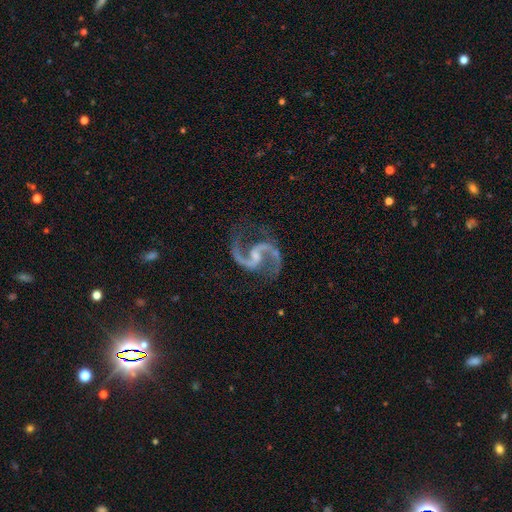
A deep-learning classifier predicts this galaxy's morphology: Q: Smooth or featured?
A: featured or disk (94%); runner-up: star or artifact (4%)
Q: Edge-on disk?
A: no (98%); runner-up: yes (2%)
Q: Bar?
A: weak (49%); runner-up: no (30%)
Q: Spiral arms?
A: yes (99%); runner-up: no (1%)
Q: Spiral winding?
A: medium (56%); runner-up: loose (36%)
Q: Spiral arm count?
A: 2 (95%); runner-up: 1 (1%)
Q: Bulge size?
A: small (54%); runner-up: moderate (24%)
Q: Merging?
A: none (77%); runner-up: minor disturbance (14%)